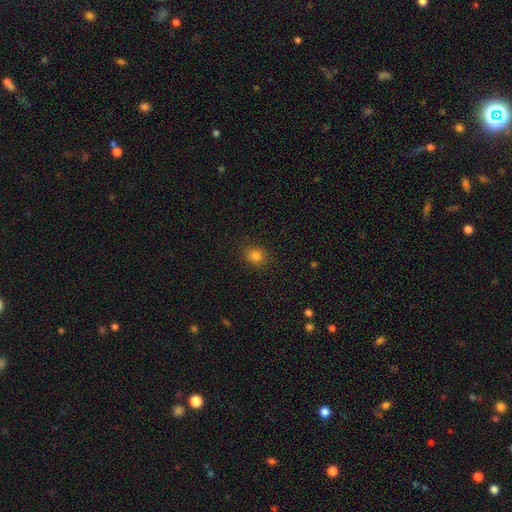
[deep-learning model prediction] smooth-or-featured: smooth: 81% | star or artifact: 14% | featured or disk: 6%
  how-rounded: round: 69% | in between: 30% | cigar-shaped: 1%
  merging: none: 88% | minor disturbance: 8% | major disturbance: 2% | merger: 1%